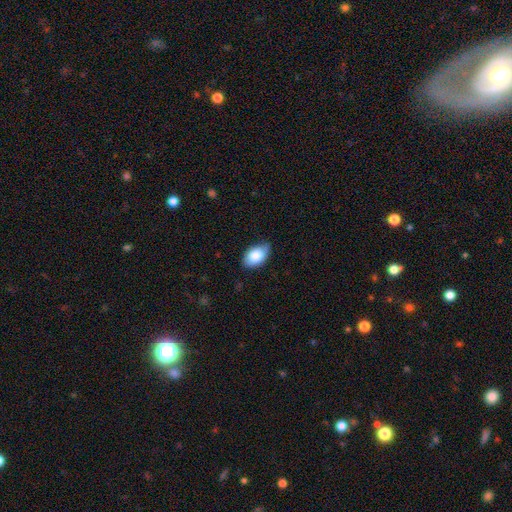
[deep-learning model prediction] This is clearly a smooth galaxy (85%). How rounded: clearly in between (92%). Merging: likely none (70%).